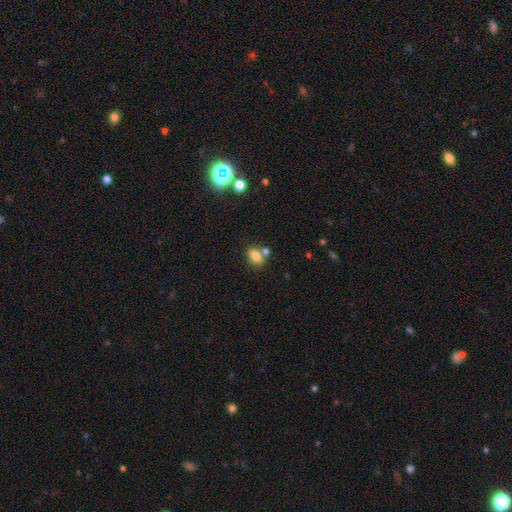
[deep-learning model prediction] Smooth or featured?
  - smooth: 80% *
  - star or artifact: 10%
  - featured or disk: 10%
How rounded?
  - in between: 81% *
  - round: 16%
  - cigar-shaped: 3%
Merging?
  - none: 60% *
  - merger: 23%
  - minor disturbance: 13%
  - major disturbance: 4%